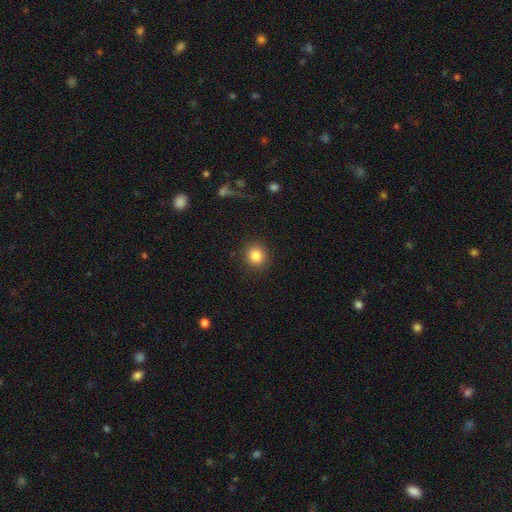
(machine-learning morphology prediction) smooth-or-featured: smooth: 85% | star or artifact: 10% | featured or disk: 5%
  how-rounded: round: 85% | in between: 14% | cigar-shaped: 1%
  merging: none: 90% | minor disturbance: 7% | major disturbance: 3% | merger: 1%